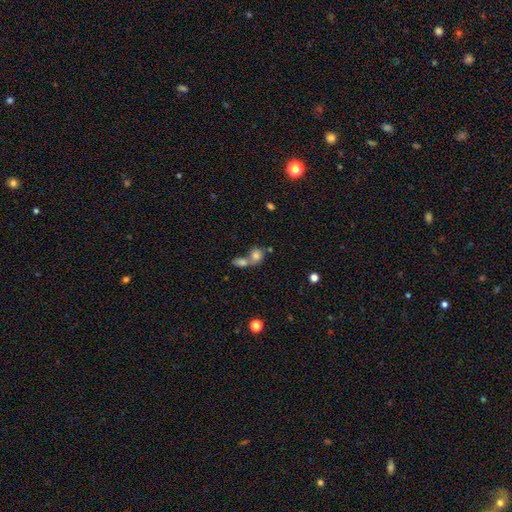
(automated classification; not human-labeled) This appears to be a smooth galaxy with no disk features (77%) that is round (66%). Merging: merger (59%).